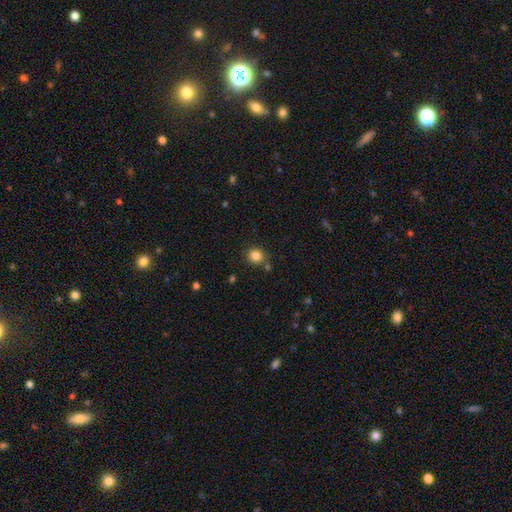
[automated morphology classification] A smooth galaxy with no disk features (84%) that is round (89%).

Vote fractions:
- Smooth or featured? smooth: 84% / star or artifact: 11% / featured or disk: 4%
- How rounded? round: 89% / in between: 10% / cigar-shaped: 1%
- Merging? none: 81% / minor disturbance: 9% / merger: 7% / major disturbance: 3%